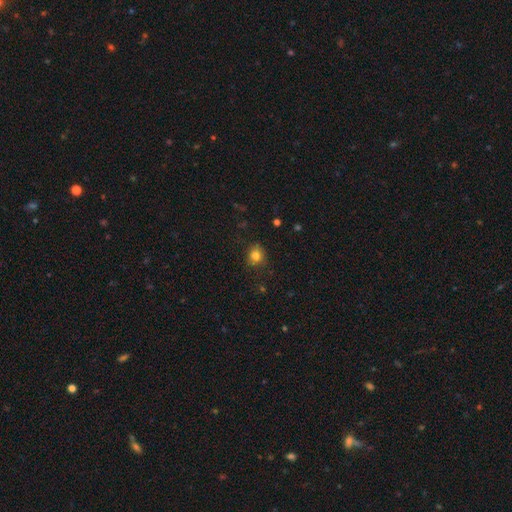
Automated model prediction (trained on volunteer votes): A smooth galaxy with no disk features (81%) that is round (72%). Merging: none (80%).